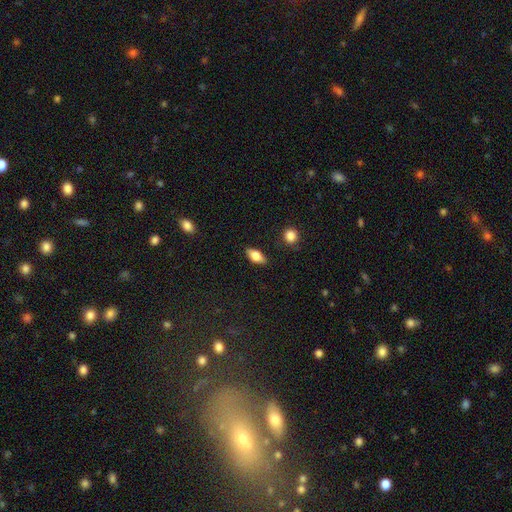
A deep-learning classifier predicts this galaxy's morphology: This appears to be a smooth galaxy with no disk features (73%) that is in between round and cigar-shaped (85%). Merging: none (85%).